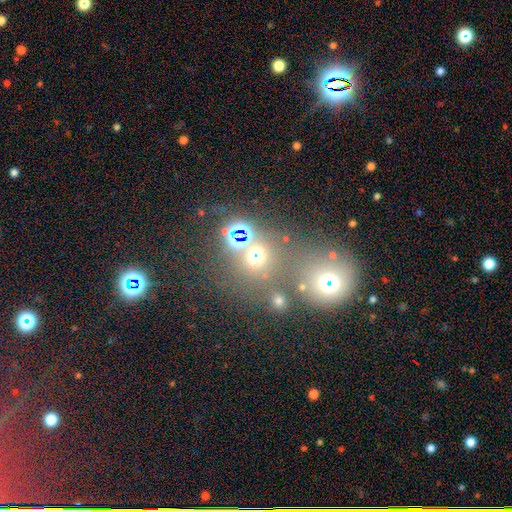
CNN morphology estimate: star or artifact 46%, smooth 45%, featured or disk 9%.